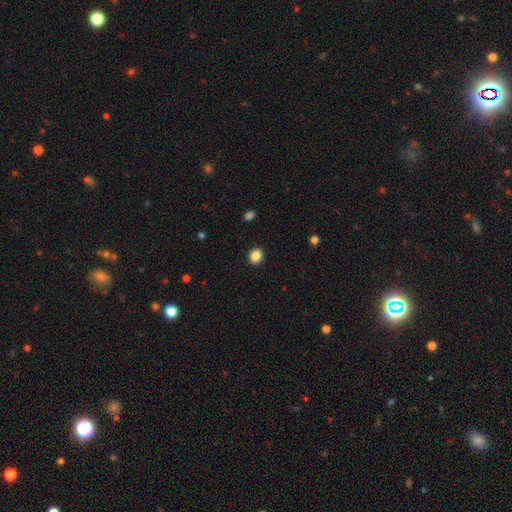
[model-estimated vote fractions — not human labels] Smooth or featured? Predicted: smooth (p=0.87). How rounded? Predicted: round (p=0.65). Merging? Predicted: none (p=0.90).